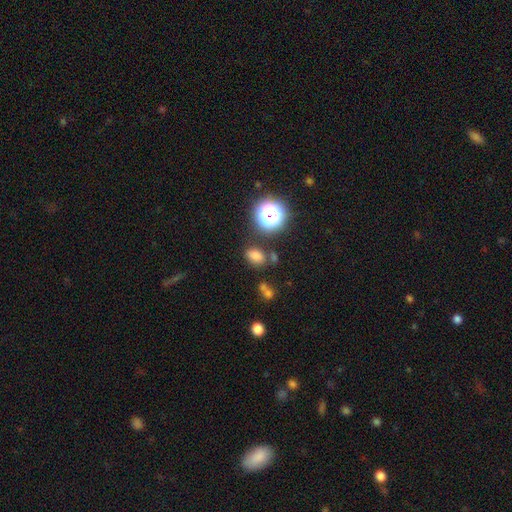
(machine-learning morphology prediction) smooth_or_featured: smooth (p=0.74) [alt: star or artifact p=0.19]
how_rounded: in between (p=0.75) [alt: round p=0.24]
merging: none (p=0.75) [alt: minor disturbance p=0.12]